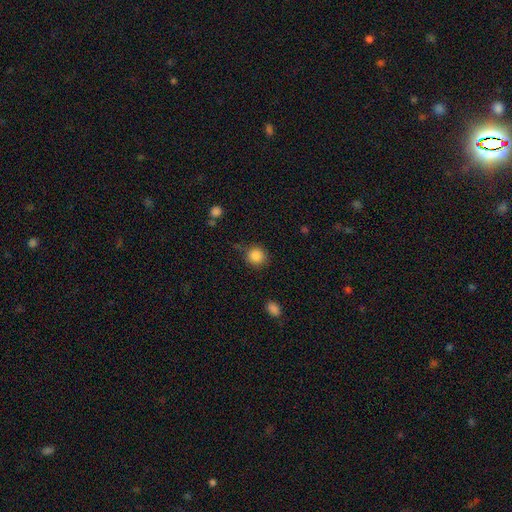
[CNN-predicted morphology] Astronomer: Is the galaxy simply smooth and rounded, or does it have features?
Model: smooth — 87%.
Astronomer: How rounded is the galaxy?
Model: round — 91%.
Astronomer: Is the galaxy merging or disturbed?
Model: none — 82%.